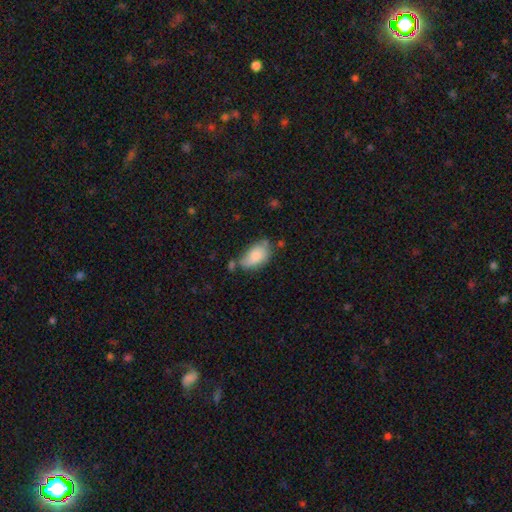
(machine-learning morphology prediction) smooth-or-featured: smooth: 81% | featured or disk: 12% | star or artifact: 7%
  how-rounded: in between: 93% | round: 5% | cigar-shaped: 2%
  merging: none: 46% | minor disturbance: 31% | merger: 14% | major disturbance: 10%